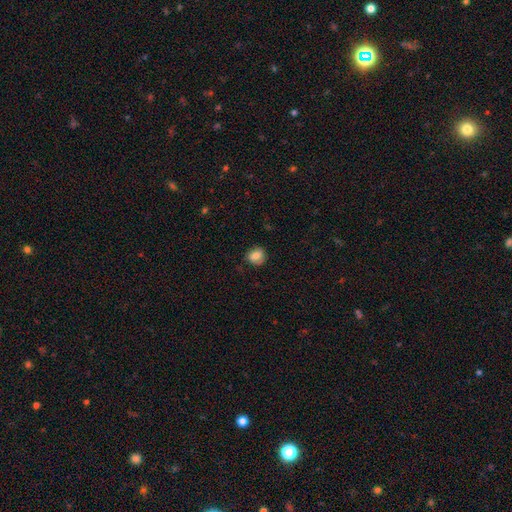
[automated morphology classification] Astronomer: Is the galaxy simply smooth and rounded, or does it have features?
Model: smooth — 80%.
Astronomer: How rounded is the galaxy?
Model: round — 77%.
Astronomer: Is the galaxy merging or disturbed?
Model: none — 79%.